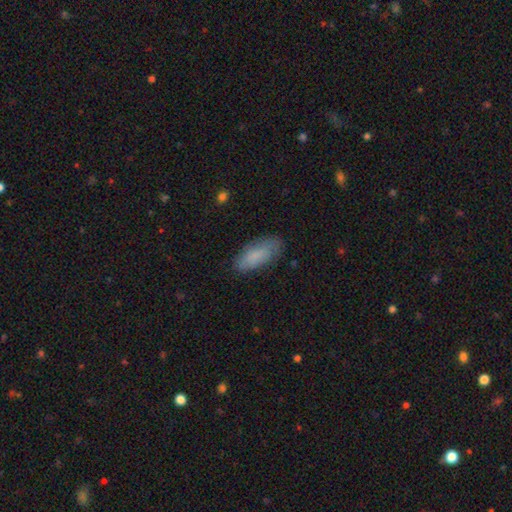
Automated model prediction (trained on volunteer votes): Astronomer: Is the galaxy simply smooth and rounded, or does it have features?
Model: smooth — 83%.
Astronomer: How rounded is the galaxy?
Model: in between — 76%.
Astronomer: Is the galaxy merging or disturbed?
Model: none — 78%.